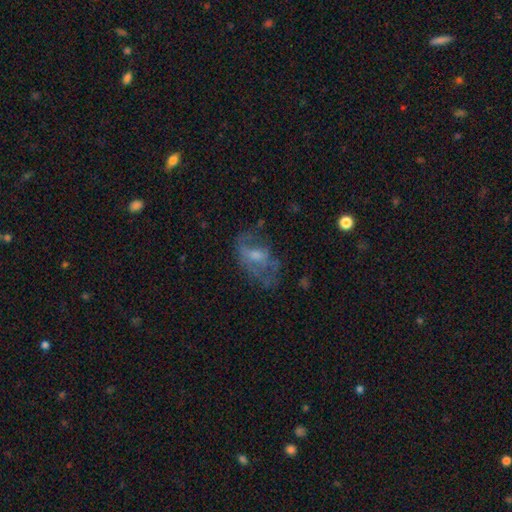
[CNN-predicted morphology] The model was most divided on "bulge size": moderate: 46%, small: 36%, none: 11%, large: 5%, dominant: 1%. Remaining: edge-on disk — no (95%); bar — no (61%); spiral arms — no (59%); smooth or featured — featured or disk (56%); merging — none (45%).